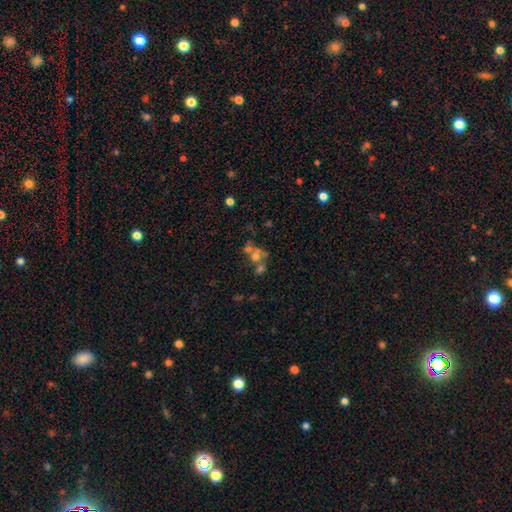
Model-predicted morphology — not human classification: Smooth or featured? Predicted: smooth (p=0.50). Merging? Predicted: merger (p=0.51).